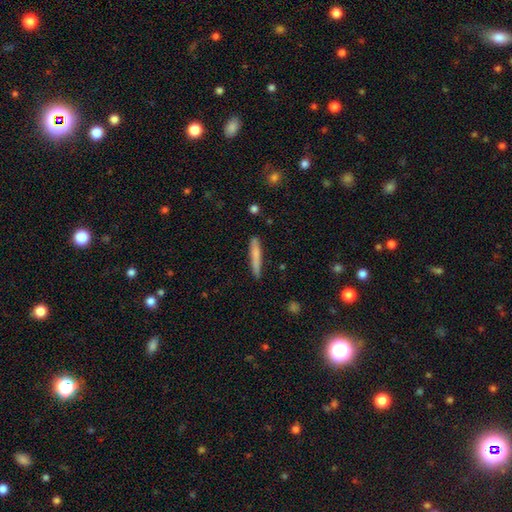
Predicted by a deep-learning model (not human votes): Q: Smooth or featured?
A: smooth (72%); runner-up: featured or disk (22%)
Q: How rounded?
A: cigar-shaped (94%); runner-up: in between (4%)
Q: Merging?
A: none (84%); runner-up: minor disturbance (12%)